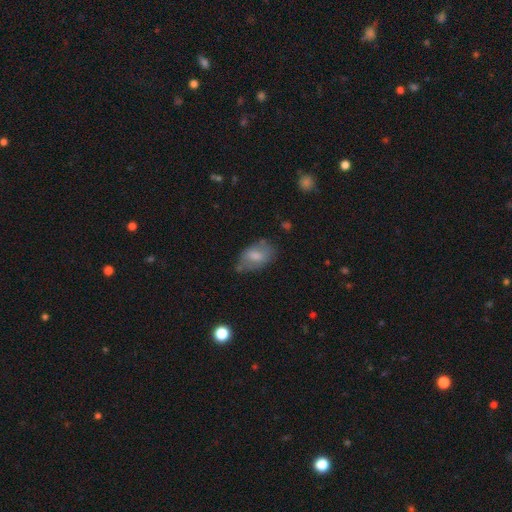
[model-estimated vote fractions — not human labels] Smooth or featured: smooth — 68% (featured or disk — 24%)
How rounded: in between — 90% (round — 8%)
Merging: none — 54% (minor disturbance — 30%)